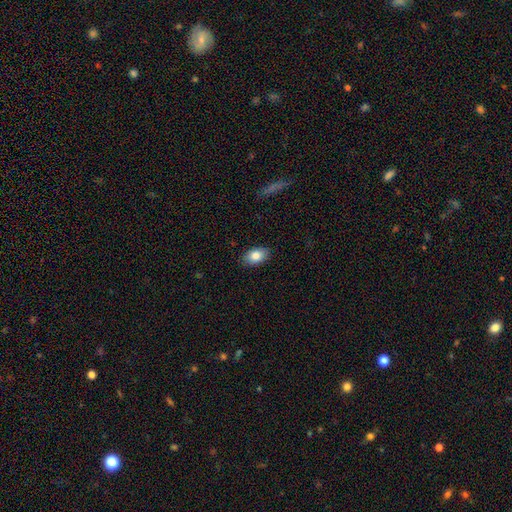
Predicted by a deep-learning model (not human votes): Smooth or featured? Predicted: smooth (p=0.83). How rounded? Predicted: in between (p=0.88). Merging? Predicted: none (p=0.88).